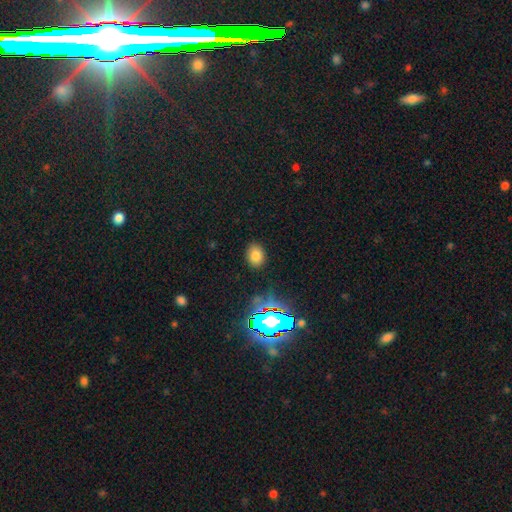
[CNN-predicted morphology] The model was most divided on "how rounded": in between: 64%, round: 35%, cigar-shaped: 1%. More confident: merging — none (85%); smooth or featured — smooth (75%).